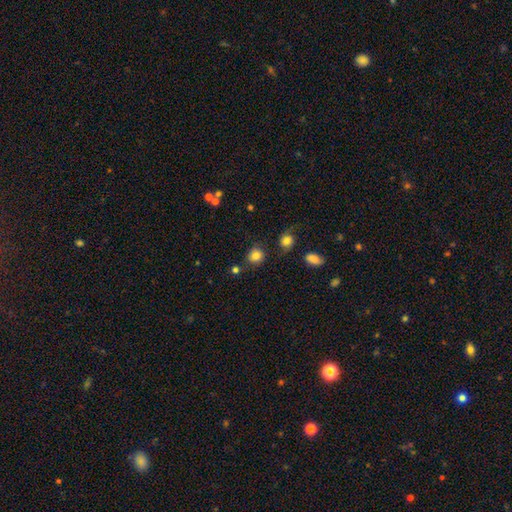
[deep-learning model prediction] Q: Smooth or featured?
A: smooth (83%); runner-up: star or artifact (11%)
Q: How rounded?
A: round (87%); runner-up: in between (12%)
Q: Merging?
A: none (78%); runner-up: minor disturbance (12%)